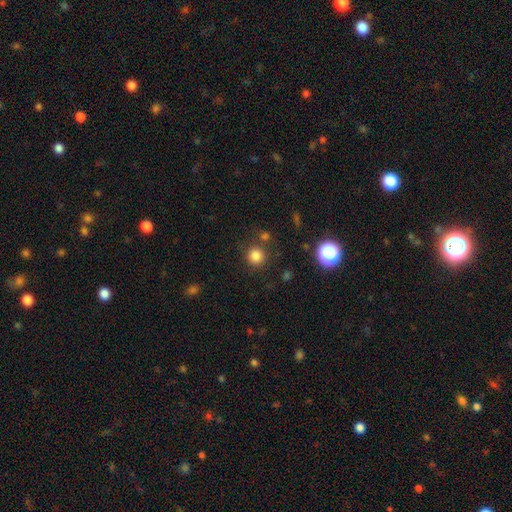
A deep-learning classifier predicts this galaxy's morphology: Q: Smooth or featured?
A: smooth (81%); runner-up: star or artifact (14%)
Q: How rounded?
A: round (93%); runner-up: in between (6%)
Q: Merging?
A: none (81%); runner-up: minor disturbance (9%)